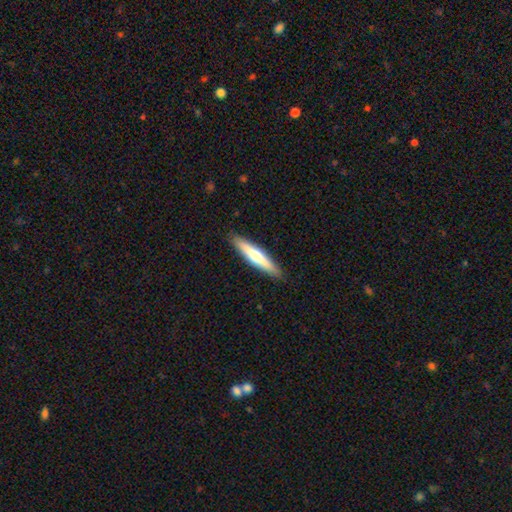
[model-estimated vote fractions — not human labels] Overall: smooth (54%; featured or disk 41%). How rounded: cigar-shaped (89%). Merging: none (90%).